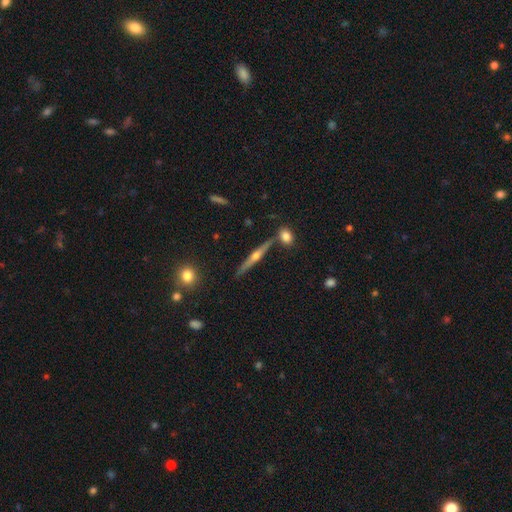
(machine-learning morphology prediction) The model was most divided on "smooth or featured": featured or disk: 77%, smooth: 17%, star or artifact: 7%. More confident: edge-on disk — yes (98%); edge-on bulge — rounded (92%); merging — none (83%).